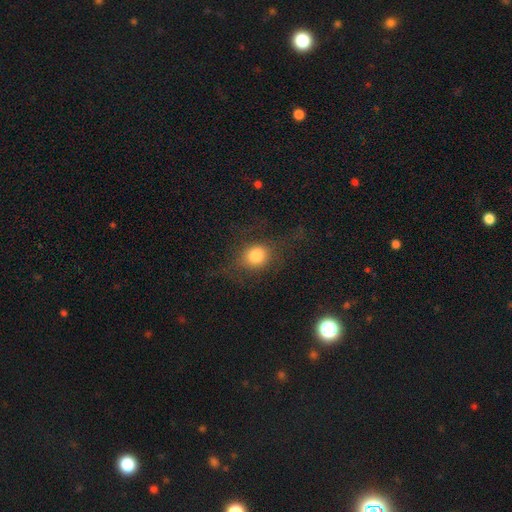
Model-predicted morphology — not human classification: type=smooth (74%); roundness=round (70%); merging=none (63%).